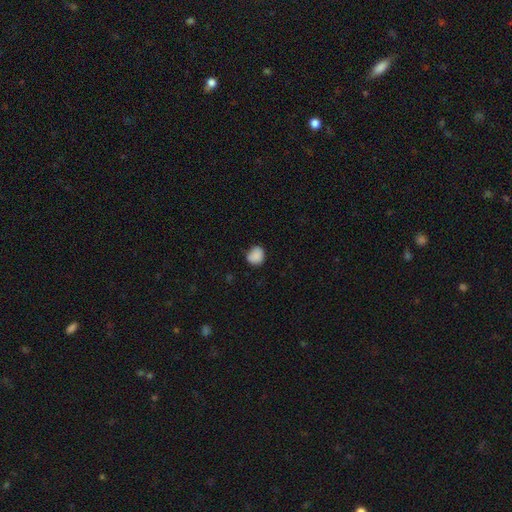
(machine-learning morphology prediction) smooth-or-featured: smooth: 87% | star or artifact: 9% | featured or disk: 5%
  how-rounded: round: 73% | in between: 27% | cigar-shaped: 1%
  merging: none: 71% | minor disturbance: 23% | major disturbance: 4% | merger: 2%